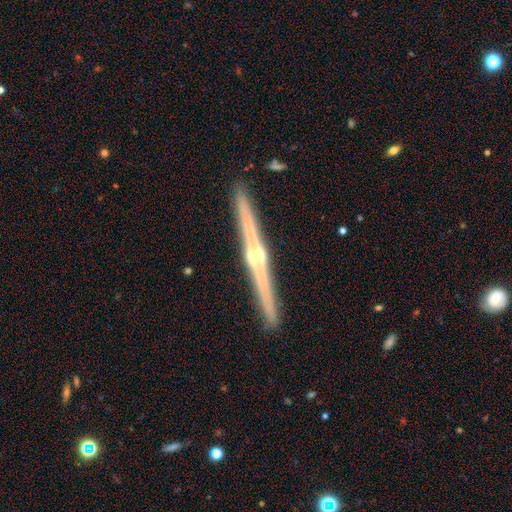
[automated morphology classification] Smooth or featured?
  - featured or disk: 83% *
  - smooth: 12%
  - star or artifact: 5%
Edge-on disk?
  - yes: 99% *
  - no: 1%
Edge-on bulge?
  - rounded: 86% *
  - none: 8%
  - boxy: 6%
Merging?
  - none: 93% *
  - minor disturbance: 5%
  - merger: 1%
  - major disturbance: 1%